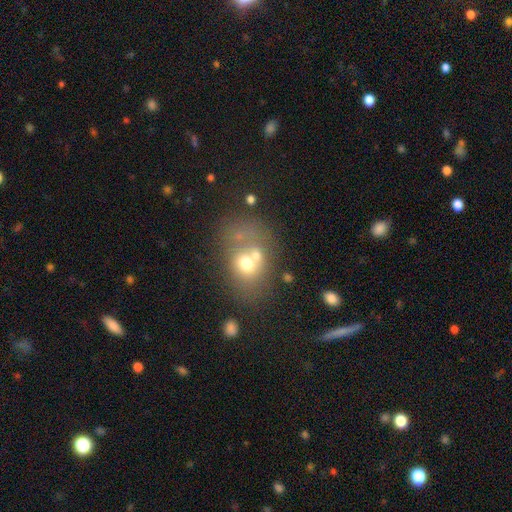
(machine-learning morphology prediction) The model was most divided on "merging" (2-way tie): none: 38%, merger: 38%, minor disturbance: 13%, major disturbance: 11%. More confident: smooth or featured — smooth (61%); how rounded — in between (53%).